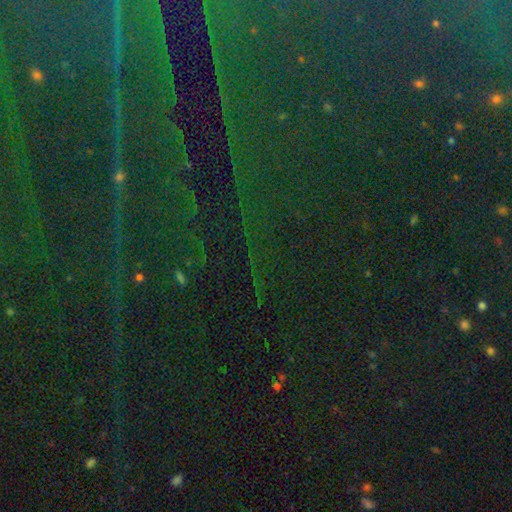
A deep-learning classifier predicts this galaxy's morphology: type=star or artifact (84%).